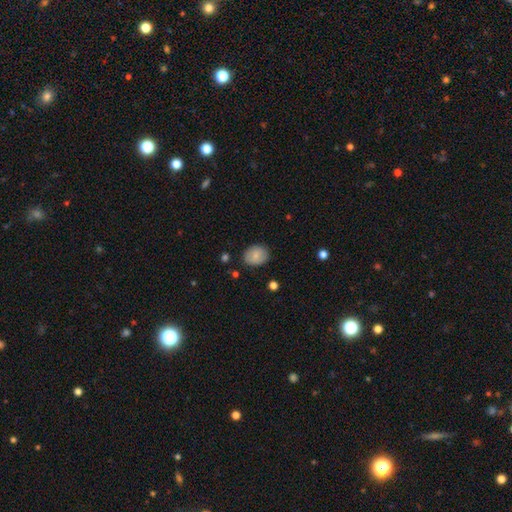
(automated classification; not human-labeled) Smooth or featured?
  - smooth: 80% *
  - featured or disk: 12%
  - star or artifact: 7%
How rounded?
  - round: 53% *
  - in between: 46%
  - cigar-shaped: 1%
Merging?
  - none: 84% *
  - minor disturbance: 12%
  - major disturbance: 3%
  - merger: 1%